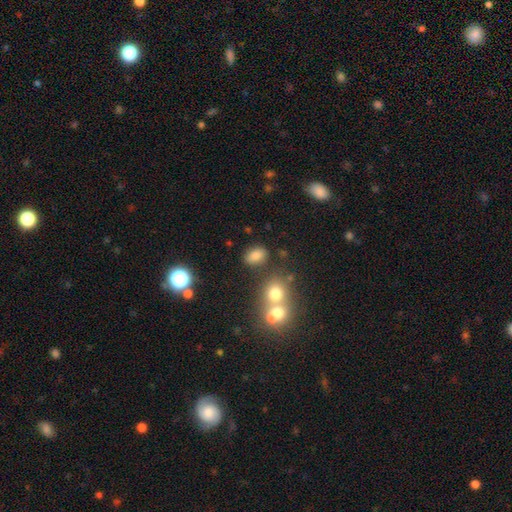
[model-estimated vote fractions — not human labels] Morphology: type=smooth (80%); roundness=in between (76%); merging=none (74%).